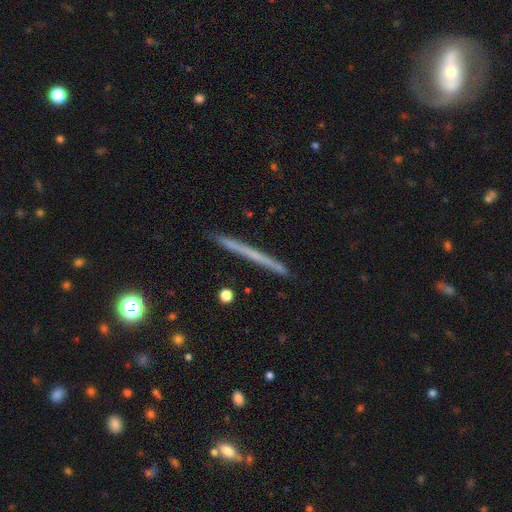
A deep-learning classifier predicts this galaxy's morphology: Q: Smooth or featured?
A: featured or disk (48%); runner-up: smooth (45%)
Q: Merging?
A: none (91%); runner-up: minor disturbance (7%)